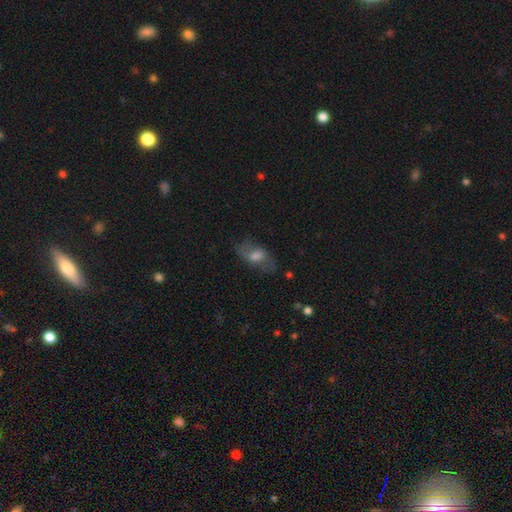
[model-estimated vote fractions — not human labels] A featured or disk galaxy (45%).

Vote fractions:
- Smooth or featured? featured or disk: 45% / smooth: 44% / star or artifact: 11%
- Merging? none: 68% / minor disturbance: 20% / major disturbance: 10% / merger: 2%